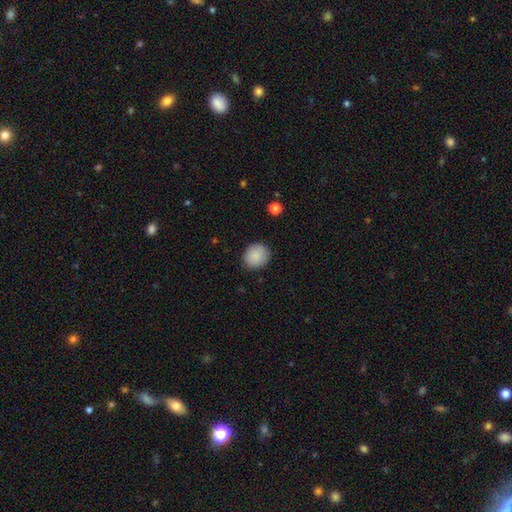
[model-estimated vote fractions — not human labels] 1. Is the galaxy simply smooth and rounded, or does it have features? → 89% smooth, 7% star or artifact, 4% featured or disk.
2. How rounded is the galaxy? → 75% round, 24% in between, 1% cigar-shaped.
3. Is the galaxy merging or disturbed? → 86% none, 10% minor disturbance, 2% major disturbance, 1% merger.